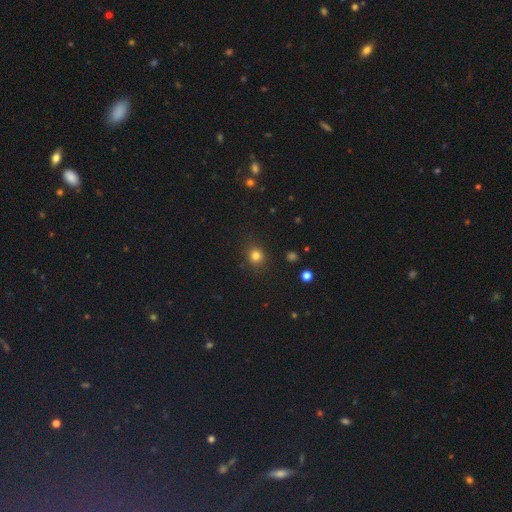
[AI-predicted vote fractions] A smooth galaxy with no disk features (80%) that is round (80%).

Vote fractions:
- Smooth or featured? smooth: 80% / star or artifact: 14% / featured or disk: 6%
- How rounded? round: 80% / in between: 19% / cigar-shaped: 1%
- Merging? none: 86% / minor disturbance: 10% / major disturbance: 3% / merger: 2%